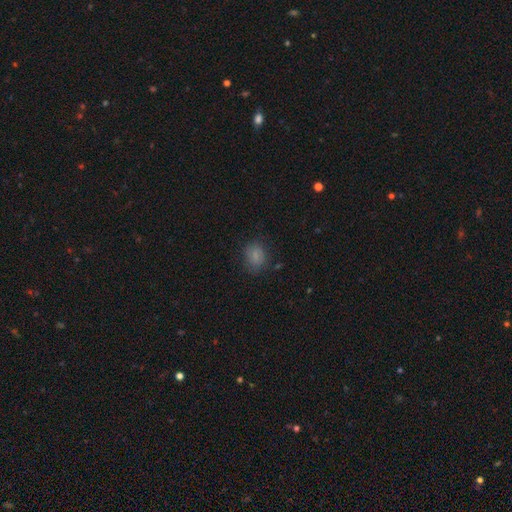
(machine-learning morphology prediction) Smooth or featured: smooth — 75% (featured or disk — 13%)
How rounded: in between — 53% (round — 45%)
Merging: none — 76% (minor disturbance — 16%)